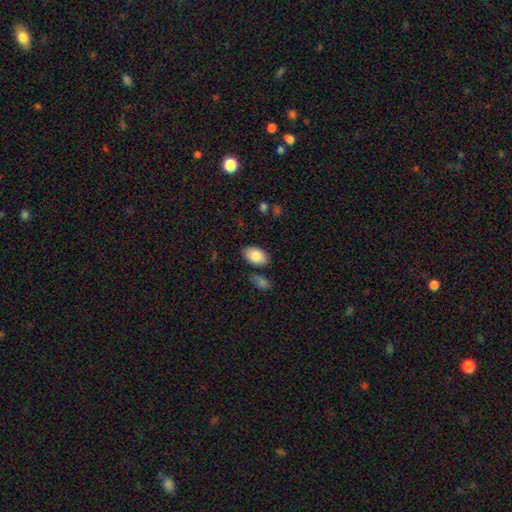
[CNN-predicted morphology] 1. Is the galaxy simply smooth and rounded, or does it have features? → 85% smooth, 9% featured or disk, 6% star or artifact.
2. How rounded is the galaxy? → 92% in between, 7% round, 1% cigar-shaped.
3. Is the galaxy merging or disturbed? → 79% none, 12% minor disturbance, 6% merger, 3% major disturbance.